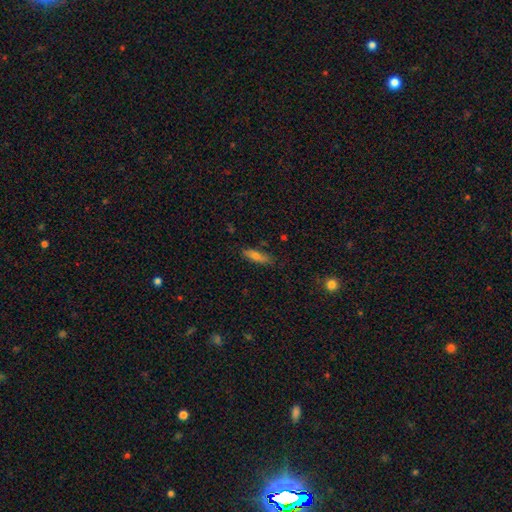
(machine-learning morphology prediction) smooth 66%, featured or disk 25%, star or artifact 8%. Down the decision tree: how rounded — cigar-shaped (61%); merging — none (81%).